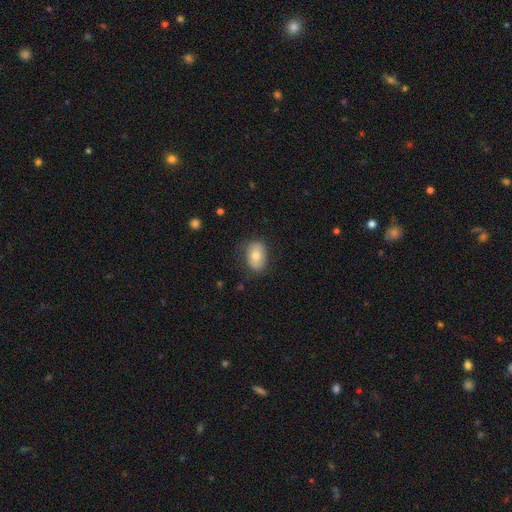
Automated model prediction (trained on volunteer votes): Smooth or featured: smooth — 73% (featured or disk — 20%)
How rounded: in between — 82% (round — 17%)
Merging: none — 76% (minor disturbance — 18%)